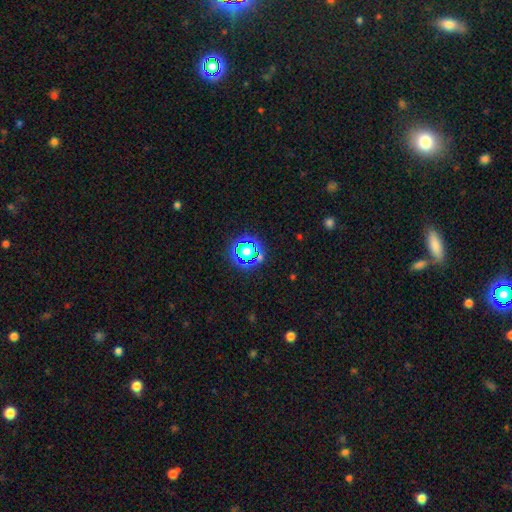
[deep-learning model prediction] The model was most divided on "smooth or featured": star or artifact: 70%, smooth: 22%, featured or disk: 8%.